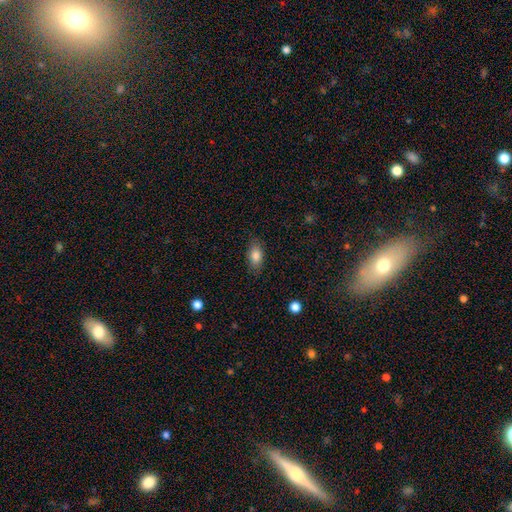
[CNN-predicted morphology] smooth 83%, featured or disk 9%, star or artifact 8%. Down the decision tree: how rounded — in between (88%); merging — none (84%).